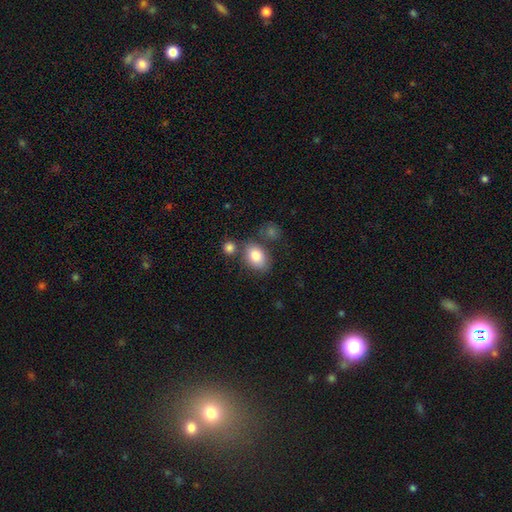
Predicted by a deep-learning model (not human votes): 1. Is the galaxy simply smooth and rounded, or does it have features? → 83% smooth, 10% featured or disk, 8% star or artifact.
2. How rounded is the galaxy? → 79% in between, 19% round, 1% cigar-shaped.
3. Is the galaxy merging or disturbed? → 67% none, 15% minor disturbance, 14% merger, 5% major disturbance.